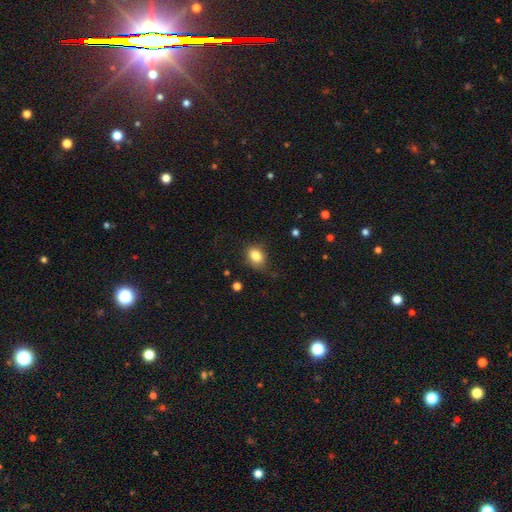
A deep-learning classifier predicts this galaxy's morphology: Q: Smooth or featured?
A: smooth (84%); runner-up: star or artifact (10%)
Q: How rounded?
A: in between (64%); runner-up: round (35%)
Q: Merging?
A: none (76%); runner-up: minor disturbance (18%)